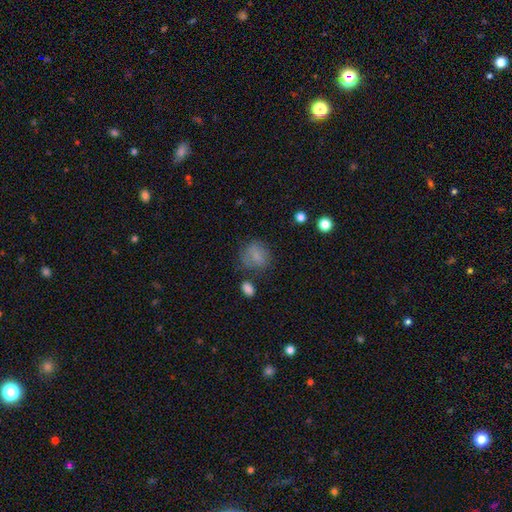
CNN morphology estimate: Smooth or featured? smooth (76%)
How rounded? round (57%)
Merging? none (60%)